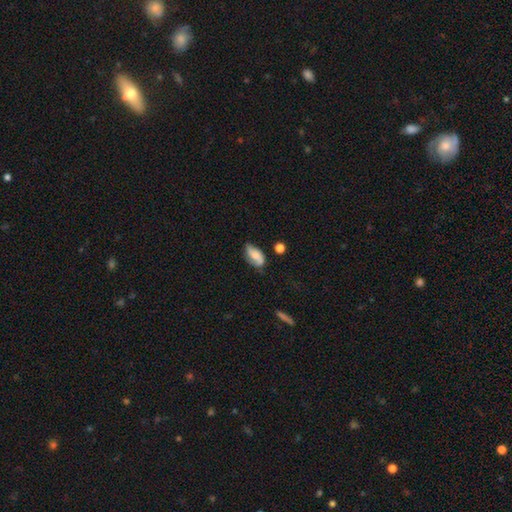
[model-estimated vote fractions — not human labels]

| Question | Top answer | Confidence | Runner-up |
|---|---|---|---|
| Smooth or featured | smooth | 53% | featured or disk (39%) |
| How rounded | in between | 88% | cigar-shaped (7%) |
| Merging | none | 55% | minor disturbance (32%) |